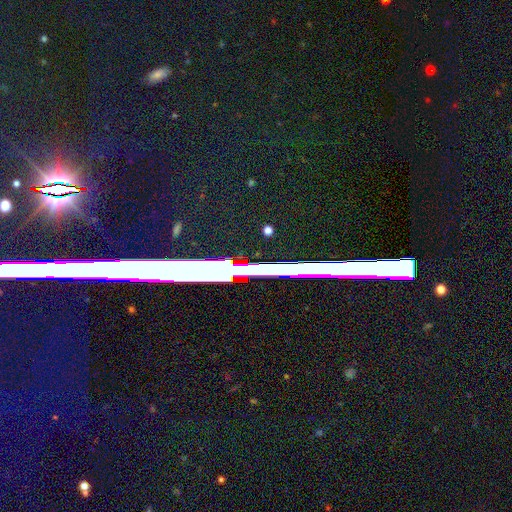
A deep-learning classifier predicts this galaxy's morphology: Overall: star or artifact (78%).